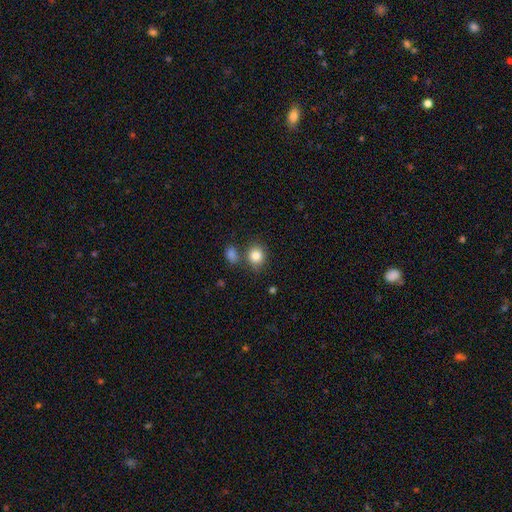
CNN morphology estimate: Smooth or featured? Predicted: smooth (p=0.84). How rounded? Predicted: round (p=0.75). Merging? Predicted: none (p=0.71).